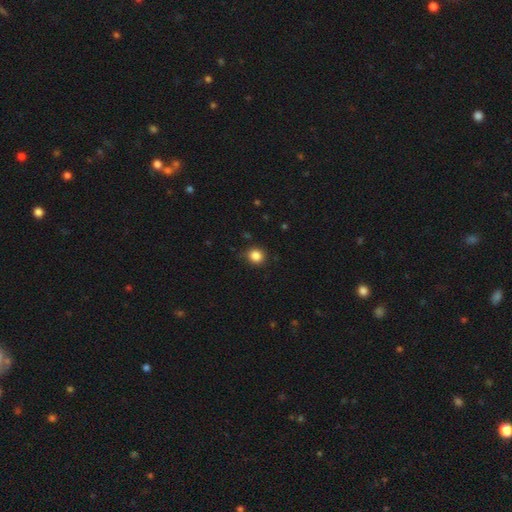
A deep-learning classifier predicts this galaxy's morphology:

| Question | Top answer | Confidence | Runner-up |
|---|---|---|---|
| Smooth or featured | smooth | 85% | star or artifact (11%) |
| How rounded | round | 85% | in between (15%) |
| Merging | none | 86% | minor disturbance (11%) |